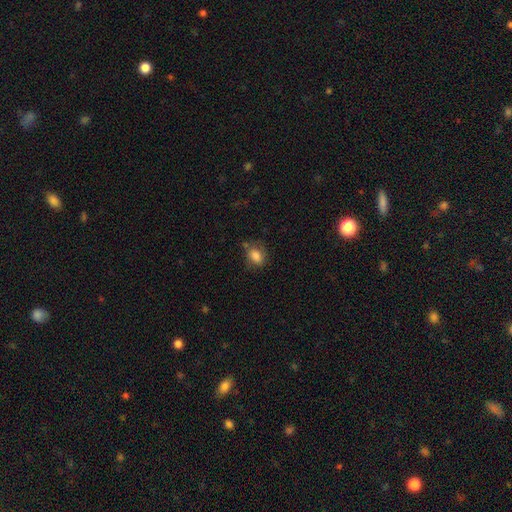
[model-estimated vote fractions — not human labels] Smooth or featured? smooth (81%)
How rounded? in between (67%)
Merging? none (64%)